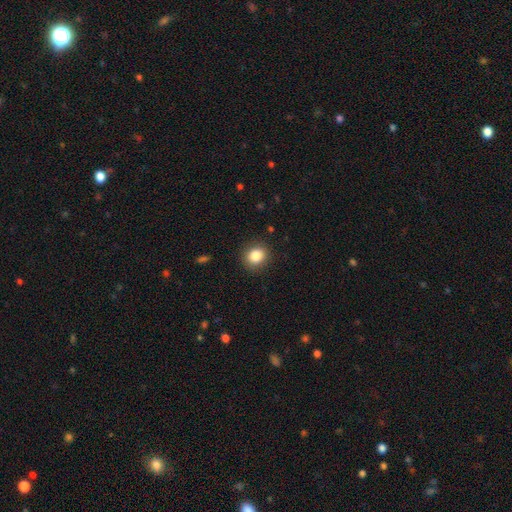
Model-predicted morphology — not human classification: A smooth galaxy with no disk features (84%) that is round (74%). Merging: none (89%).